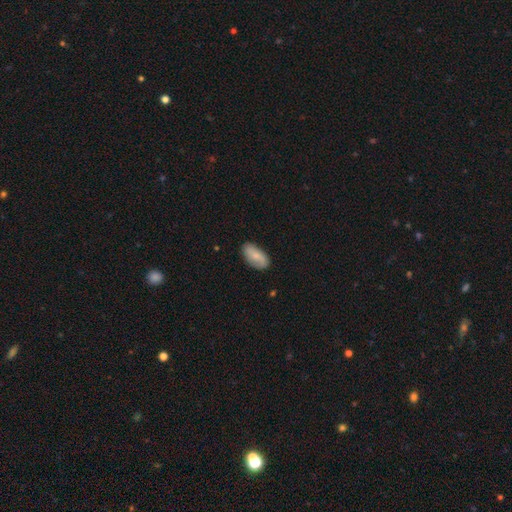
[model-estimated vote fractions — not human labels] Smooth or featured?
  - smooth: 71% *
  - featured or disk: 23%
  - star or artifact: 6%
How rounded?
  - in between: 92% *
  - cigar-shaped: 5%
  - round: 3%
Merging?
  - none: 79% *
  - minor disturbance: 16%
  - major disturbance: 3%
  - merger: 1%